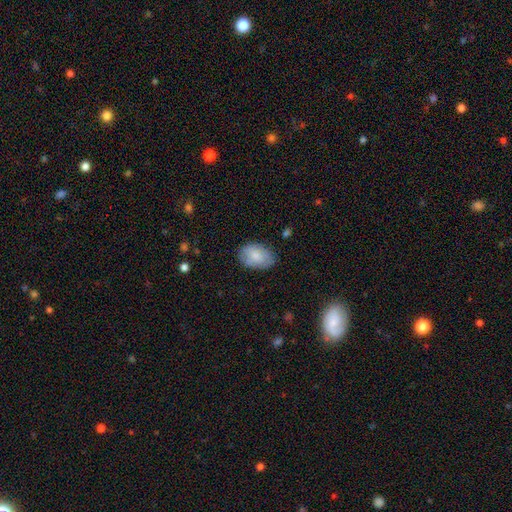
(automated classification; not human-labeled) Q: Smooth or featured?
A: smooth (73%); runner-up: featured or disk (20%)
Q: How rounded?
A: in between (86%); runner-up: round (13%)
Q: Merging?
A: none (75%); runner-up: minor disturbance (20%)